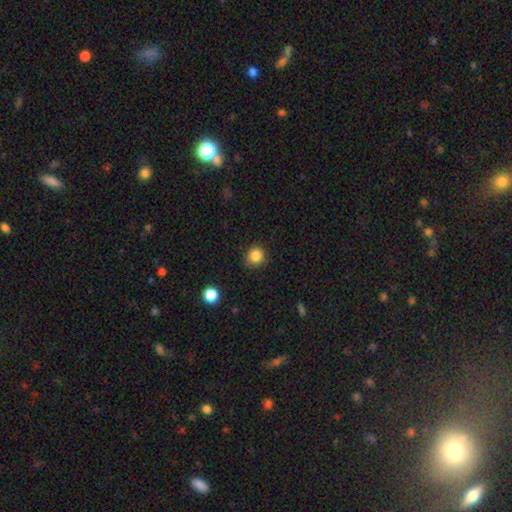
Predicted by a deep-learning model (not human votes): The model was most divided on "merging": none: 84%, minor disturbance: 12%, major disturbance: 3%, merger: 1%. More confident: how rounded — round (89%); smooth or featured — smooth (85%).